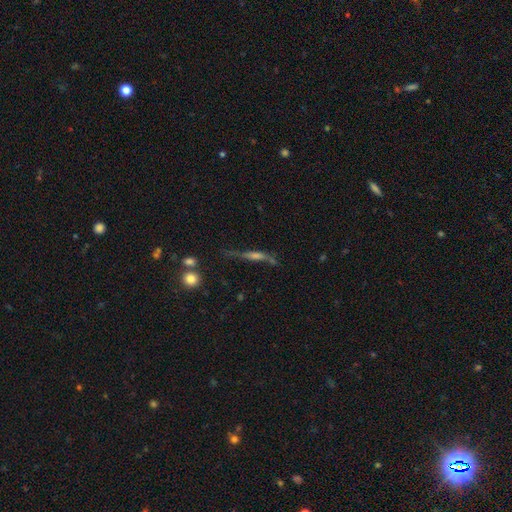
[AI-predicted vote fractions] Smooth or featured?
  - featured or disk: 59% *
  - smooth: 22%
  - star or artifact: 19%
Edge-on disk?
  - yes: 85% *
  - no: 15%
Merging?
  - none: 67% *
  - minor disturbance: 16%
  - merger: 9%
  - major disturbance: 9%